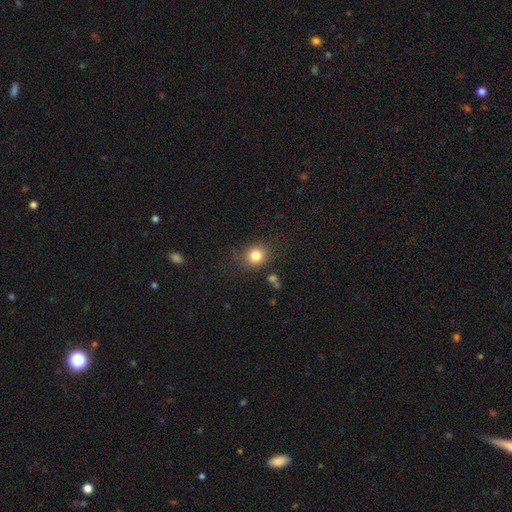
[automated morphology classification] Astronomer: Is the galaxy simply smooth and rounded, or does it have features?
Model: smooth — 83%.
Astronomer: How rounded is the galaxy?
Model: round — 75%.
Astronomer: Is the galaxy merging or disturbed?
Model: none — 80%.